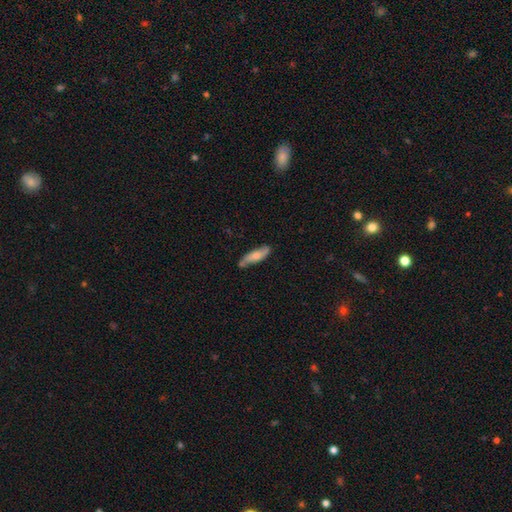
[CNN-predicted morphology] The model was most divided on "how rounded": cigar-shaped: 55%, in between: 43%, round: 2%. More confident: merging — none (71%); smooth or featured — smooth (59%).